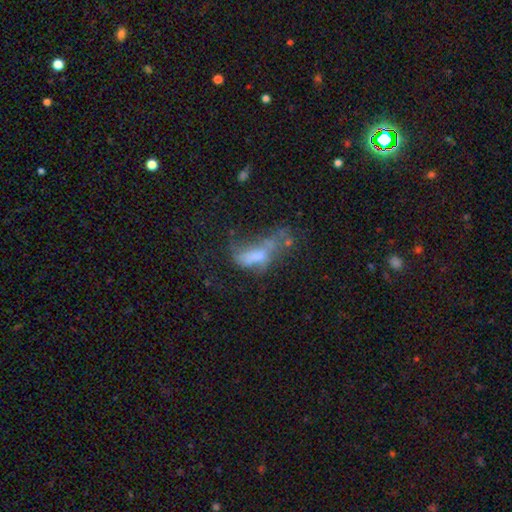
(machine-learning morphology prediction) smooth-or-featured: smooth: 43% | featured or disk: 41% | star or artifact: 16%
  merging: major disturbance: 43% | merger: 23% | none: 19% | minor disturbance: 15%